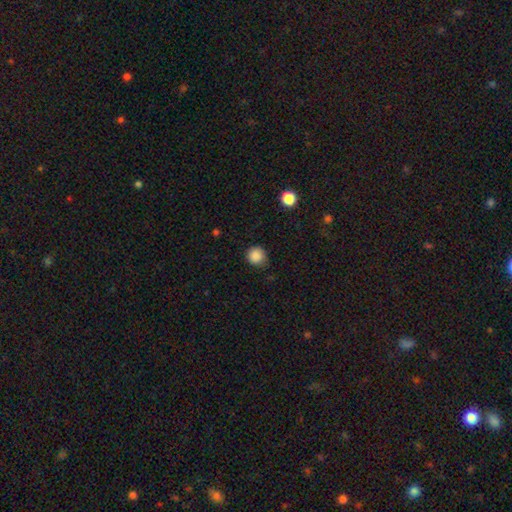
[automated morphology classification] Q: Smooth or featured?
A: smooth (86%); runner-up: star or artifact (11%)
Q: How rounded?
A: round (92%); runner-up: in between (7%)
Q: Merging?
A: none (79%); runner-up: minor disturbance (16%)